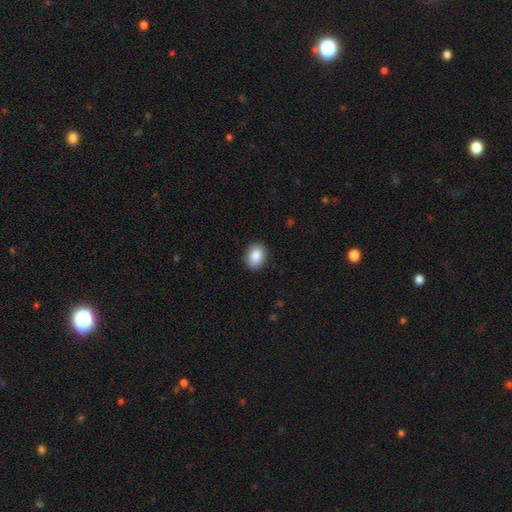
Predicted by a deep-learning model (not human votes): A smooth galaxy with no disk features (88%) that is in between round and cigar-shaped (72%). Merging: none (90%).